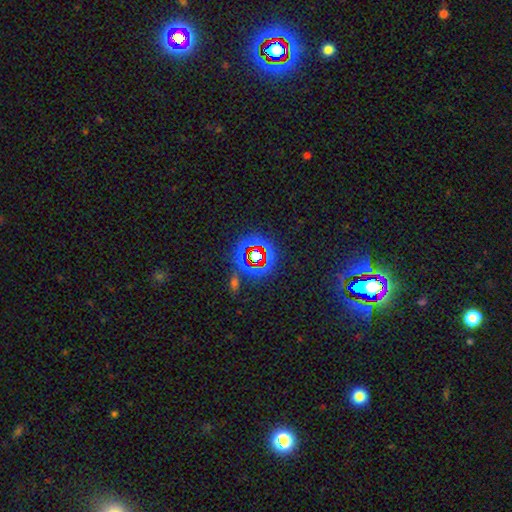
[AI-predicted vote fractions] Smooth or featured?
  - star or artifact: 72% *
  - smooth: 18%
  - featured or disk: 10%